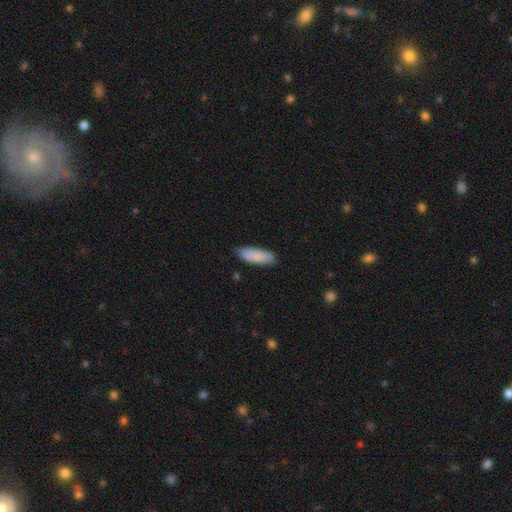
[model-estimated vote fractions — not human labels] smooth-or-featured: smooth: 86% | featured or disk: 8% | star or artifact: 6%
  how-rounded: in between: 61% | cigar-shaped: 37% | round: 2%
  merging: none: 83% | minor disturbance: 14% | major disturbance: 2% | merger: 1%